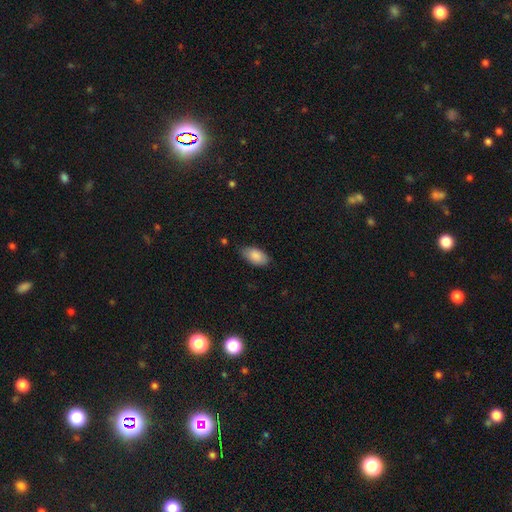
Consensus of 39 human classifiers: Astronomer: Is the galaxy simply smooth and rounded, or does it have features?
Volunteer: smooth — 90%.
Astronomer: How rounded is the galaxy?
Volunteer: in between — 97%.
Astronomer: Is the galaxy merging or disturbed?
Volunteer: none — 71%.